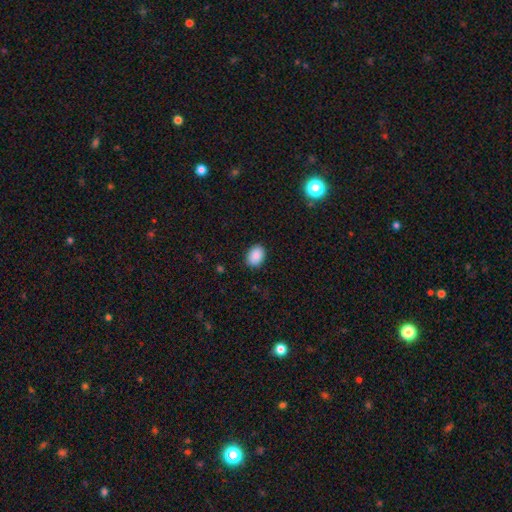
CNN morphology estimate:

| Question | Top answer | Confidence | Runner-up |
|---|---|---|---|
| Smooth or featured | smooth | 90% | star or artifact (8%) |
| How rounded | in between | 78% | round (21%) |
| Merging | none | 89% | minor disturbance (8%) |